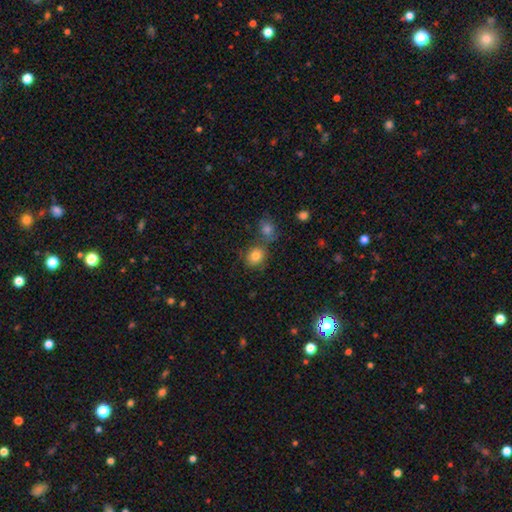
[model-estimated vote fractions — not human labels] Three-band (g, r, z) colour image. It shows a smooth galaxy with no disk features (82%) that is round (69%). Merging: none (65%).